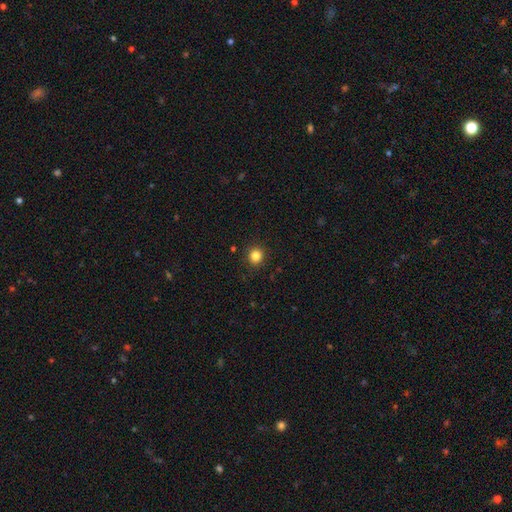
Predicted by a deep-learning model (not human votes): Smooth or featured? Predicted: smooth (p=0.84). How rounded? Predicted: round (p=0.88). Merging? Predicted: none (p=0.90).